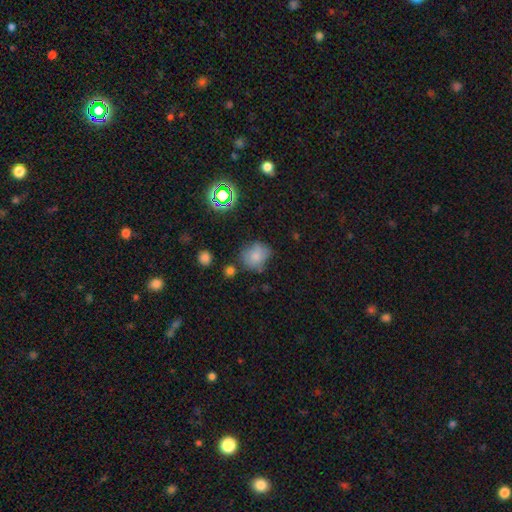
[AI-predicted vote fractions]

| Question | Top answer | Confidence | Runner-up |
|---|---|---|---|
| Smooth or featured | smooth | 74% | star or artifact (15%) |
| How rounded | round | 69% | in between (30%) |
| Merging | none | 58% | minor disturbance (26%) |